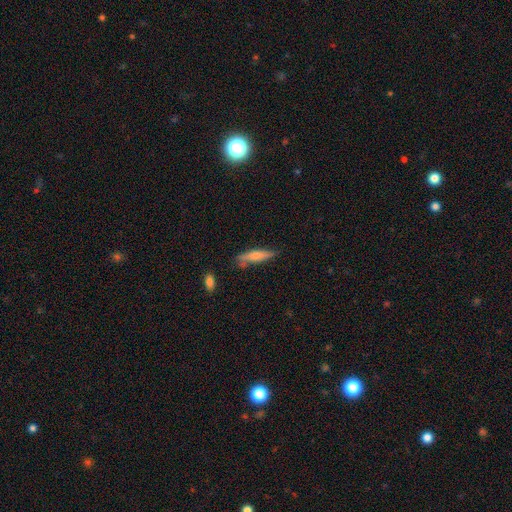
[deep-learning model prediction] Morphology: type=smooth (64%); roundness=cigar-shaped (81%); merging=none (70%).